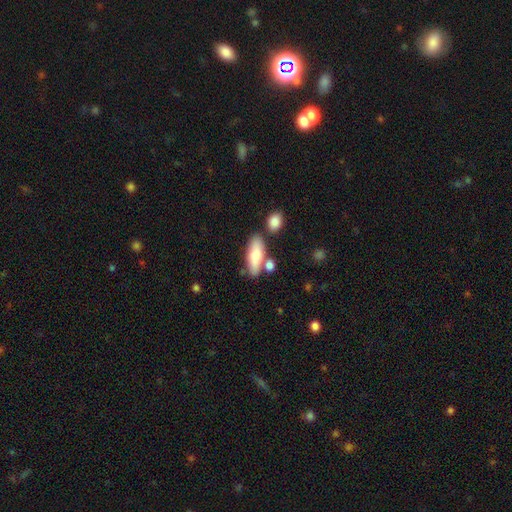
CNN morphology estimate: A smooth galaxy with no disk features (78%) that is in between round and cigar-shaped (69%).

Vote fractions:
- Smooth or featured? smooth: 78% / featured or disk: 15% / star or artifact: 6%
- How rounded? in between: 69% / cigar-shaped: 28% / round: 3%
- Merging? none: 68% / minor disturbance: 14% / merger: 14% / major disturbance: 4%